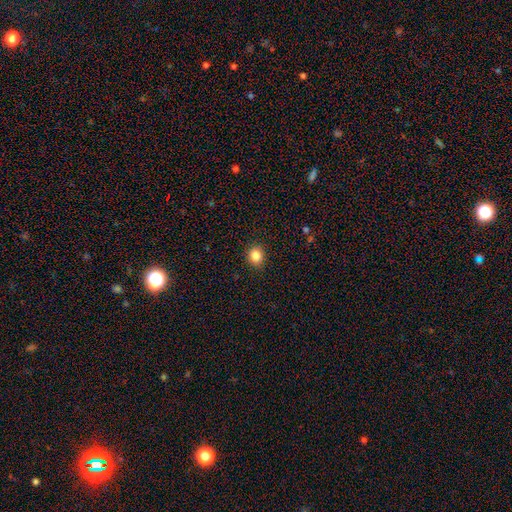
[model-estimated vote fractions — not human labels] Smooth or featured? smooth (85%)
How rounded? round (72%)
Merging? none (90%)